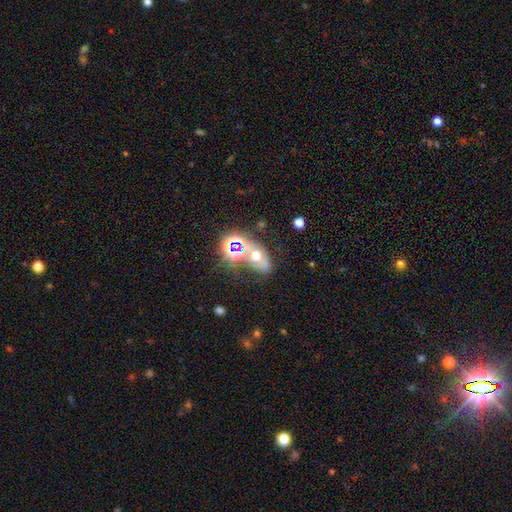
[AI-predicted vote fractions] The model was most divided on "smooth or featured": smooth: 43%, star or artifact: 31%, featured or disk: 26%. Remaining: merging — none (44%).